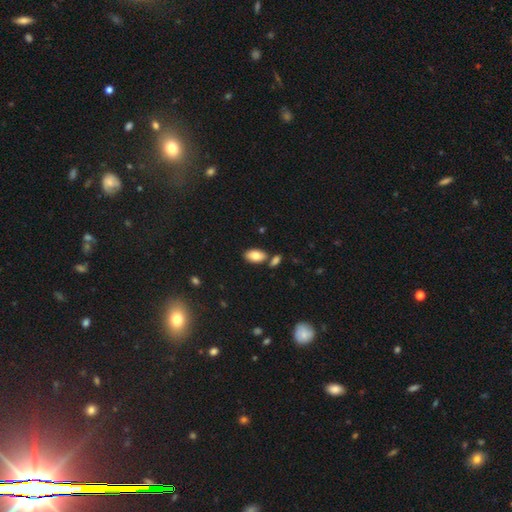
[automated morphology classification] smooth-or-featured: smooth: 82% | featured or disk: 12% | star or artifact: 7%
  how-rounded: in between: 94% | round: 4% | cigar-shaped: 2%
  merging: none: 72% | merger: 14% | minor disturbance: 11% | major disturbance: 3%